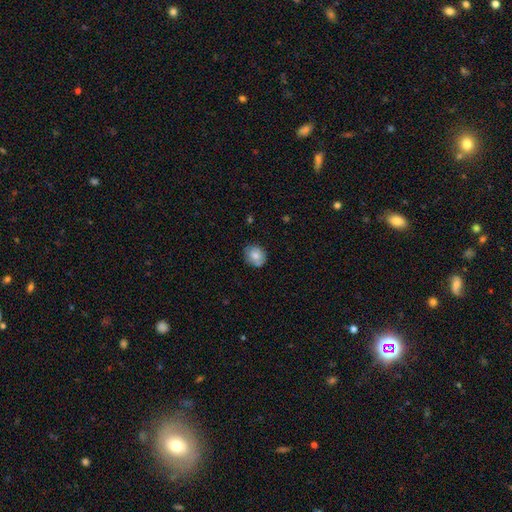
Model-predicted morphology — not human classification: This is likely a smooth galaxy (74%). How rounded: likely round (64%). Merging: likely none (79%).